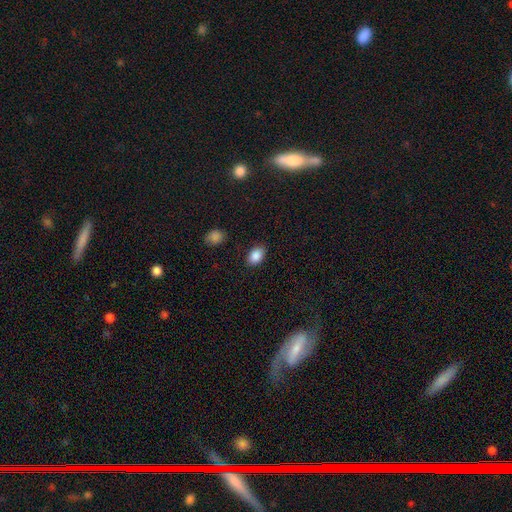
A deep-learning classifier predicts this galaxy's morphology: Q: Smooth or featured?
A: smooth (87%); runner-up: star or artifact (8%)
Q: How rounded?
A: in between (84%); runner-up: round (15%)
Q: Merging?
A: none (84%); runner-up: minor disturbance (12%)